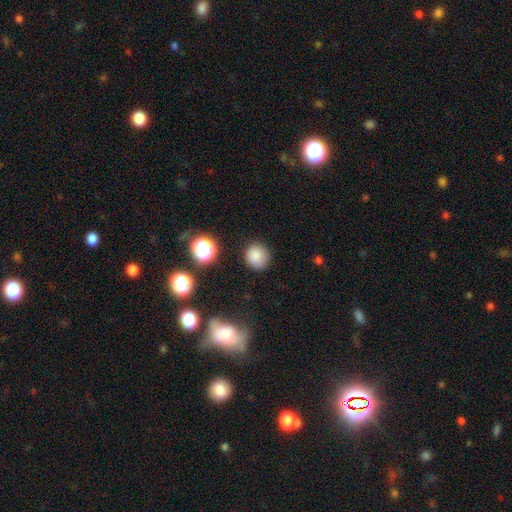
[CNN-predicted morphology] This is clearly a smooth galaxy (83%). How rounded: clearly round (86%). Merging: clearly none (84%).